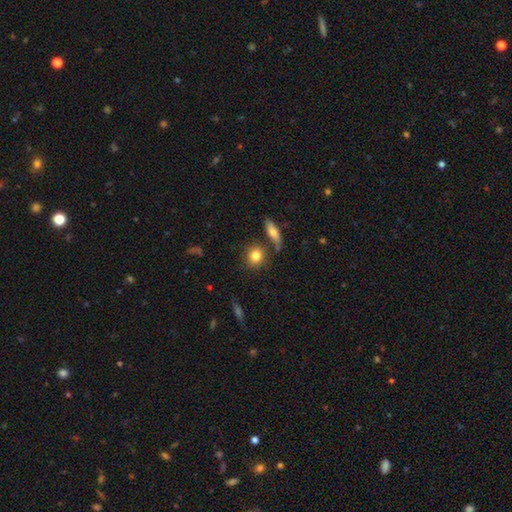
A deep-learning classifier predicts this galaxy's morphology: Smooth or featured? smooth (83%)
How rounded? round (75%)
Merging? none (73%)